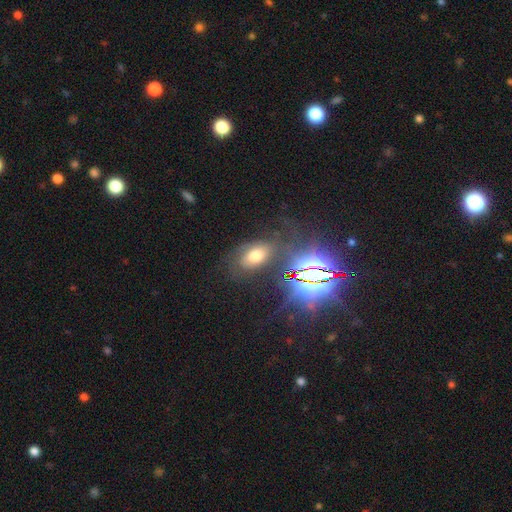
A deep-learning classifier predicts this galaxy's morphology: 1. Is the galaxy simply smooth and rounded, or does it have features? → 53% smooth, 27% star or artifact, 20% featured or disk.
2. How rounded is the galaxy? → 87% in between, 10% round, 2% cigar-shaped.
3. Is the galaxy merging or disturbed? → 66% none, 17% minor disturbance, 12% major disturbance, 4% merger.